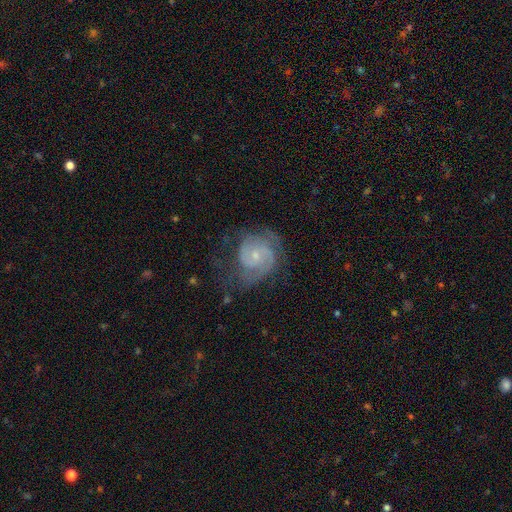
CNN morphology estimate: smooth_or_featured: featured or disk (p=0.82) [alt: smooth p=0.12]
disk_edge_on: no (p=0.98) [alt: yes p=0.02]
bar: no (p=0.66) [alt: weak p=0.30]
has_spiral_arms: yes (p=0.95) [alt: no p=0.05]
spiral_winding: tight (p=0.48) [alt: medium p=0.41]
spiral_arm_count: 2 (p=0.60) [alt: can't tell p=0.17]
bulge_size: small (p=0.73) [alt: moderate p=0.22]
merging: none (p=0.55) [alt: minor disturbance p=0.24]